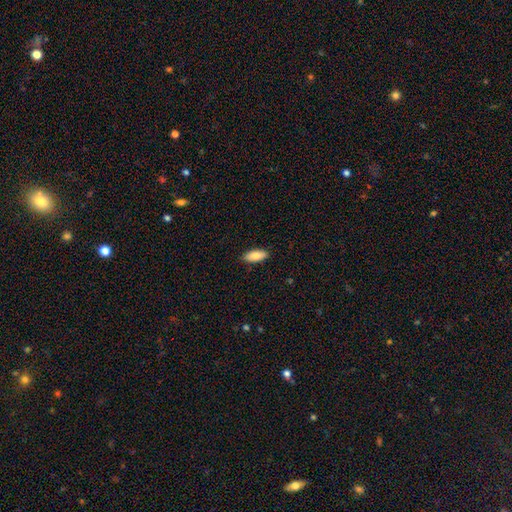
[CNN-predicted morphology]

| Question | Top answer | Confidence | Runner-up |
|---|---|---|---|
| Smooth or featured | smooth | 84% | featured or disk (10%) |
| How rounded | in between | 83% | cigar-shaped (15%) |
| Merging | none | 88% | minor disturbance (9%) |